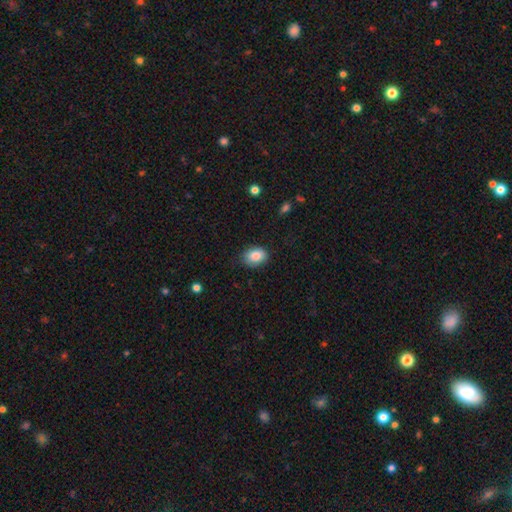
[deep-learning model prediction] A smooth galaxy with no disk features (84%) that is in between round and cigar-shaped (70%). Merging: none (78%).